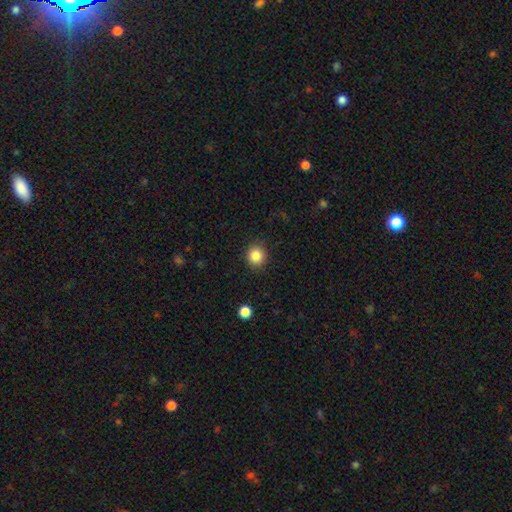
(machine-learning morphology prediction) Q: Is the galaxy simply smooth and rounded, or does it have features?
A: smooth — 85%.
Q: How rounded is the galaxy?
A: round — 87%.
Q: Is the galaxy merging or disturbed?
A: none — 89%.